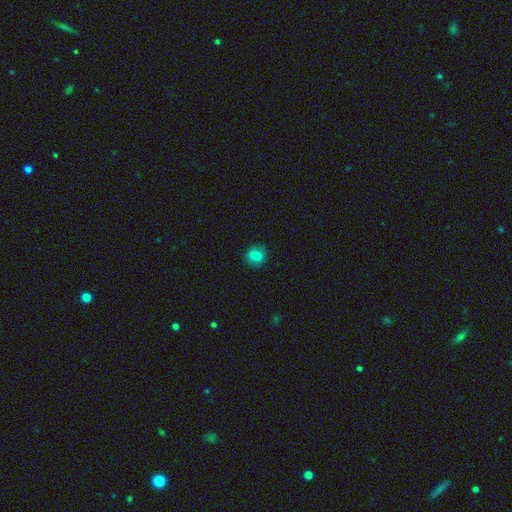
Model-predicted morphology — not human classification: Smooth or featured: smooth — 81% (star or artifact — 11%)
How rounded: round — 61% (in between — 37%)
Merging: none — 86% (minor disturbance — 10%)